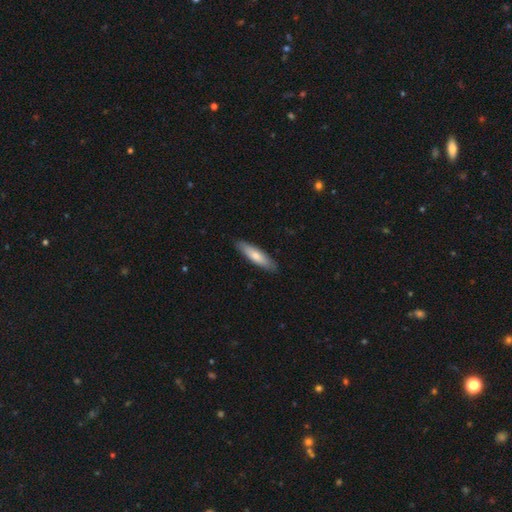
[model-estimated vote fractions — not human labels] smooth-or-featured: smooth: 72% | featured or disk: 23% | star or artifact: 5%
  how-rounded: cigar-shaped: 72% | in between: 26% | round: 1%
  merging: none: 88% | minor disturbance: 9% | major disturbance: 2% | merger: 1%